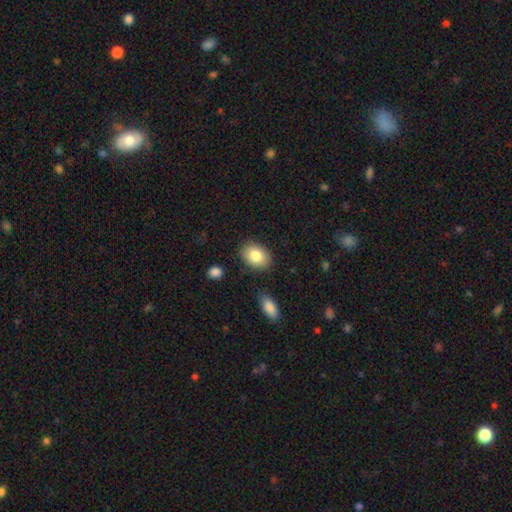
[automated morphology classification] This is clearly a smooth galaxy (84%). How rounded: likely in between (77%). Merging: clearly none (84%).